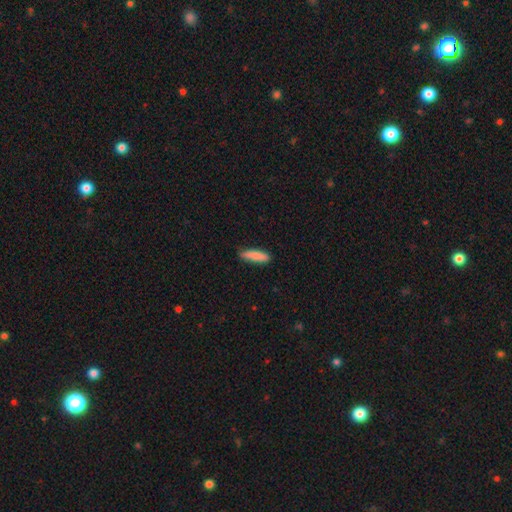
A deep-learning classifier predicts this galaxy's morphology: Smooth or featured: smooth — 86% (featured or disk — 8%)
How rounded: cigar-shaped — 70% (in between — 29%)
Merging: none — 83% (minor disturbance — 13%)